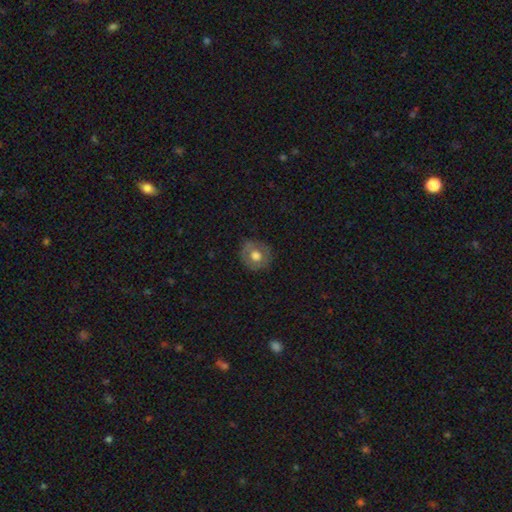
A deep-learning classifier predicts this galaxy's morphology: This is possibly a smooth galaxy (58%). How rounded: clearly round (84%). Merging: likely none (79%).